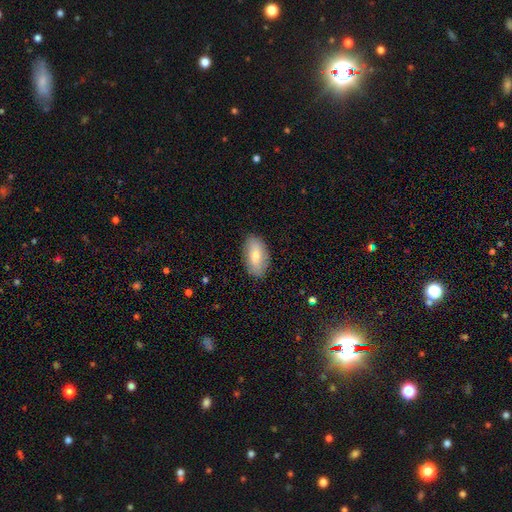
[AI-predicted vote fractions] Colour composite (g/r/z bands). It shows a smooth galaxy with no disk features (72%) that is in between round and cigar-shaped (94%). Merging: none (86%).